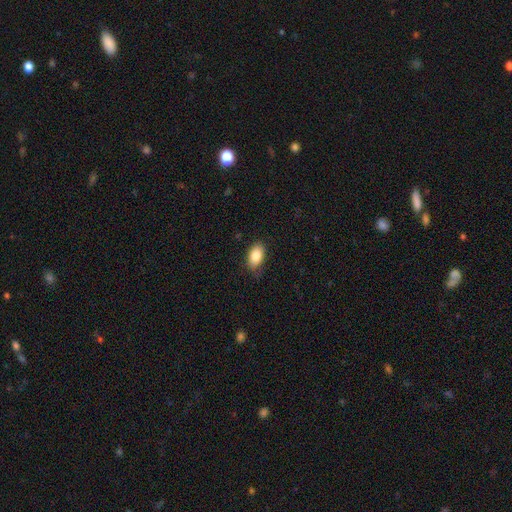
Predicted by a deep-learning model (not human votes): Smooth or featured: smooth — 85% (featured or disk — 7%)
How rounded: in between — 92% (round — 6%)
Merging: none — 77% (minor disturbance — 18%)